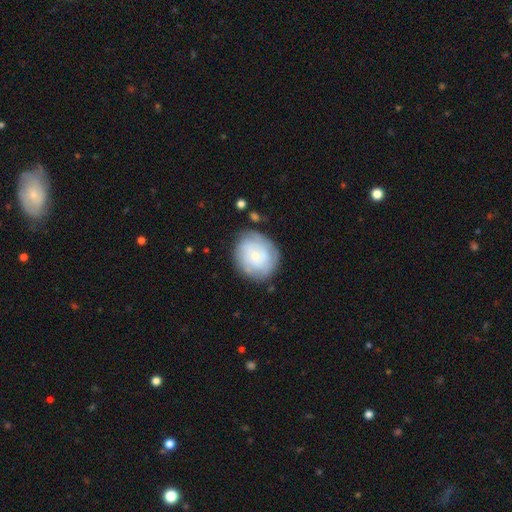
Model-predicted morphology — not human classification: Smooth or featured? Predicted: featured or disk (p=0.50). Edge-on disk? Predicted: no (p=0.97). Merging? Predicted: none (p=0.73).